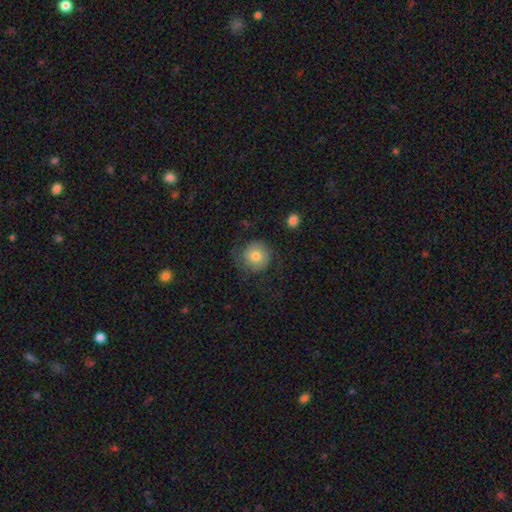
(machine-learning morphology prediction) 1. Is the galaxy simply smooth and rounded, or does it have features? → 68% smooth, 24% featured or disk, 8% star or artifact.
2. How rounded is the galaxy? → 91% round, 8% in between, 1% cigar-shaped.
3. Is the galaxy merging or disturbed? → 66% none, 18% minor disturbance, 14% major disturbance, 2% merger.